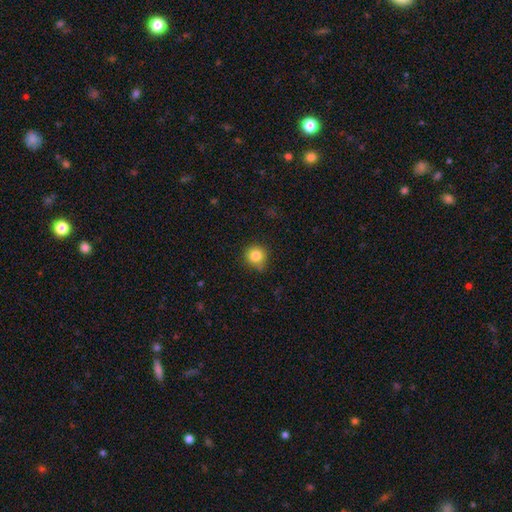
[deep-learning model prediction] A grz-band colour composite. It shows a smooth galaxy with no disk features (83%) that is round (92%). Merging: none (77%).